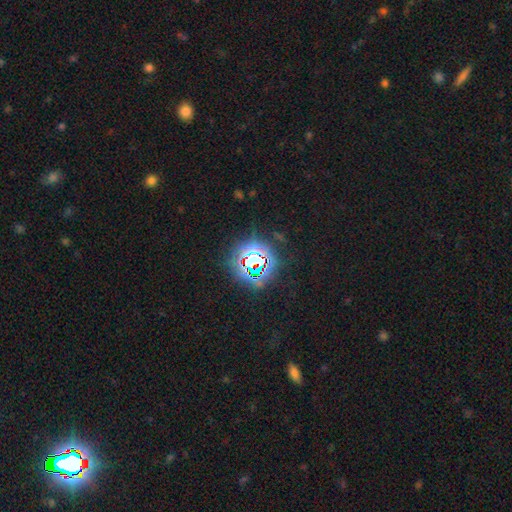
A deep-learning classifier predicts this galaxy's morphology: A star or artifact, not a galaxy (77%).